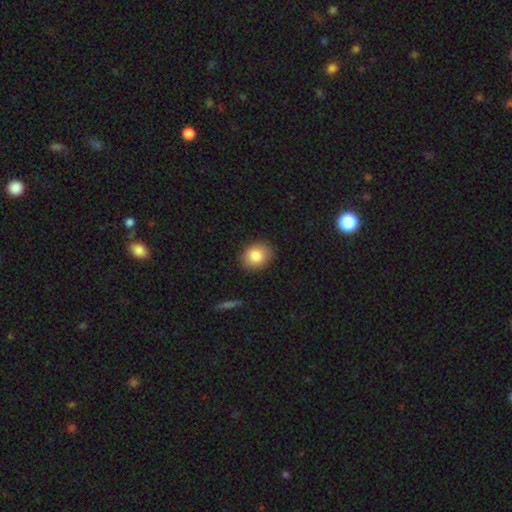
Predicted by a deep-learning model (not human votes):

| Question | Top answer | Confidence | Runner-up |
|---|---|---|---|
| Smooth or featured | smooth | 83% | star or artifact (9%) |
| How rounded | round | 50% | in between (49%) |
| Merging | none | 88% | minor disturbance (9%) |